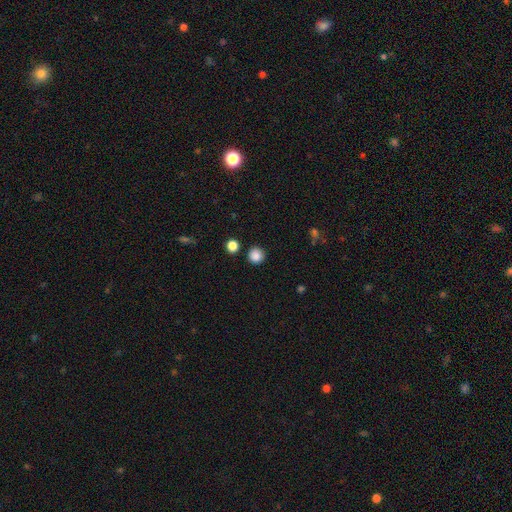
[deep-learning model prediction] This appears to be a smooth galaxy with no disk features (86%) that is round (95%). Merging: none (90%).